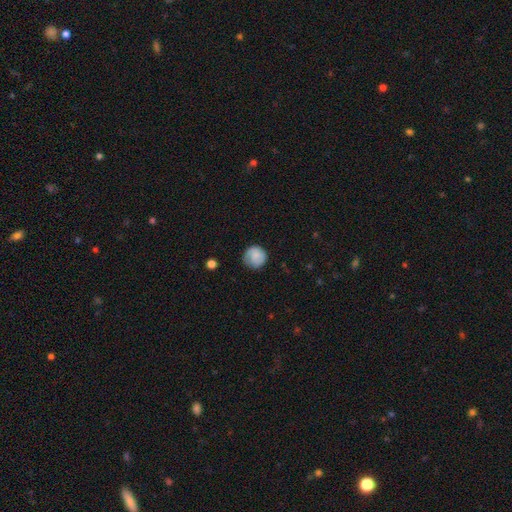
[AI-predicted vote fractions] Morphology: type=smooth (73%); roundness=round (92%); merging=none (77%).